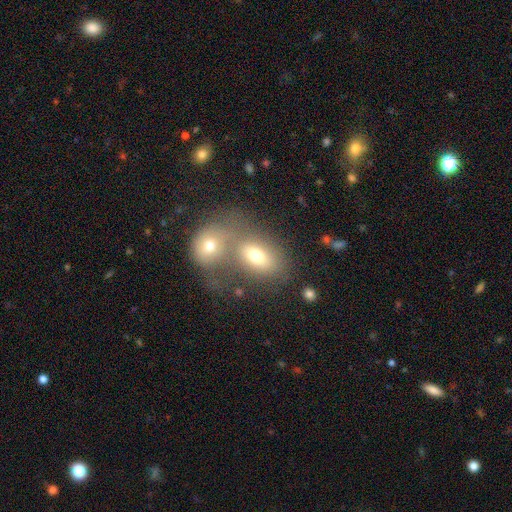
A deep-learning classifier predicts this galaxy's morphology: smooth 68%, featured or disk 21%, star or artifact 10%. Down the decision tree: how rounded — in between (76%); merging — merger (59%).